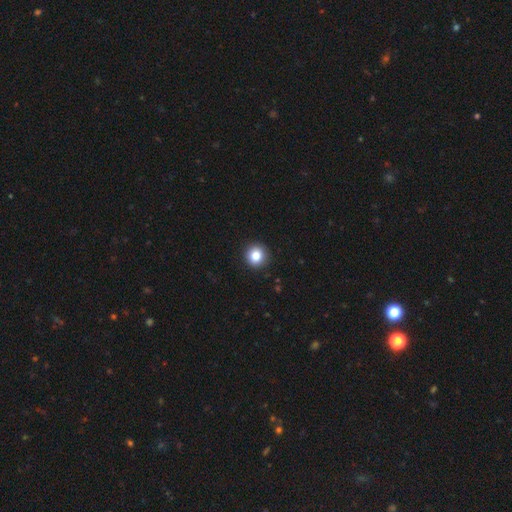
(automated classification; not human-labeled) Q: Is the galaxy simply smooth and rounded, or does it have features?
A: smooth — 85%.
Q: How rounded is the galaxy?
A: round — 93%.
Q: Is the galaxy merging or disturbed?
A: none — 92%.